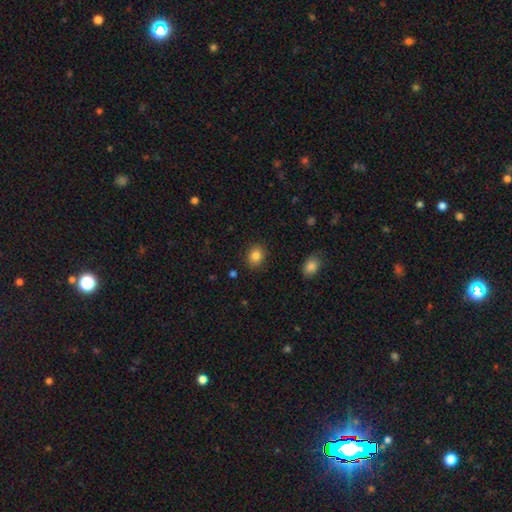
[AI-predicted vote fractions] A smooth galaxy with no disk features (85%) that is round (50%).

Vote fractions:
- Smooth or featured? smooth: 85% / star or artifact: 10% / featured or disk: 6%
- How rounded? round: 50% / in between: 49% / cigar-shaped: 1%
- Merging? none: 88% / minor disturbance: 9% / major disturbance: 2% / merger: 1%